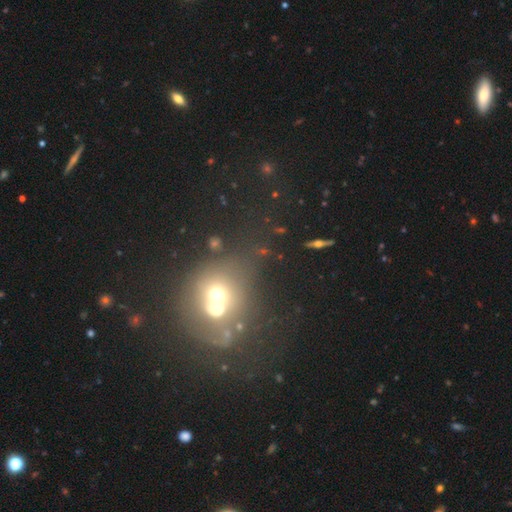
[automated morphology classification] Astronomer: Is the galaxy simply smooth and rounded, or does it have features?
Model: smooth — 38% (runner-up: star or artifact, 37%).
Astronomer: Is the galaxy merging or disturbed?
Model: none — 36% (runner-up: merger, 28%).